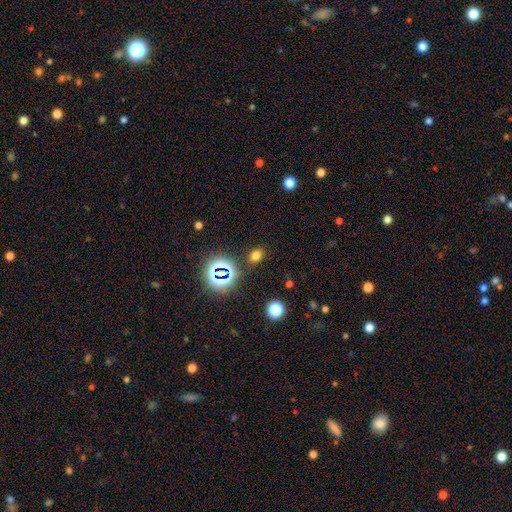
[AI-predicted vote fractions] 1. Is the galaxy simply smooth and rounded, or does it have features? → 65% smooth, 28% star or artifact, 7% featured or disk.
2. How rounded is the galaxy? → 62% in between, 37% round, 2% cigar-shaped.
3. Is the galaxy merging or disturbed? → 84% none, 9% minor disturbance, 3% major disturbance, 3% merger.